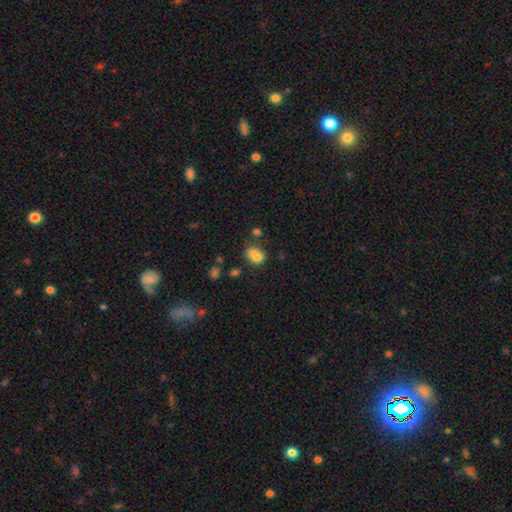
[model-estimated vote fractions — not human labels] Overall: smooth (75%). How rounded: in between (60%; round 39%). Merging: merger (41%; none 36%).